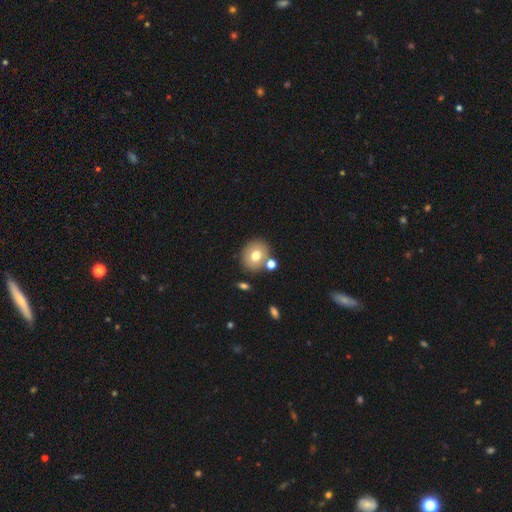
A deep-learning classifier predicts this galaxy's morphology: Smooth or featured? smooth (72%)
How rounded? round (78%)
Merging? none (76%)